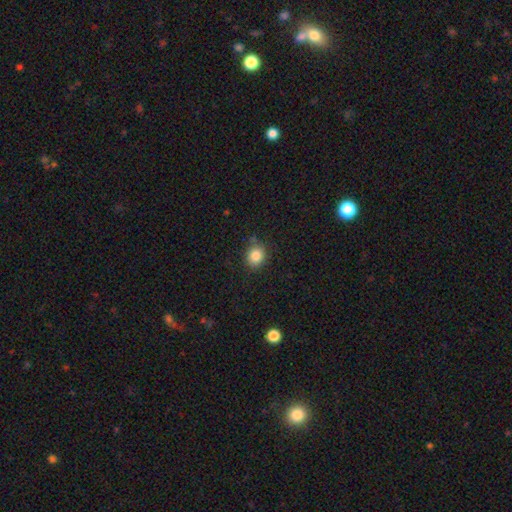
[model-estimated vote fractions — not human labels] Morphology: type=smooth (84%); roundness=round (69%); merging=none (82%).